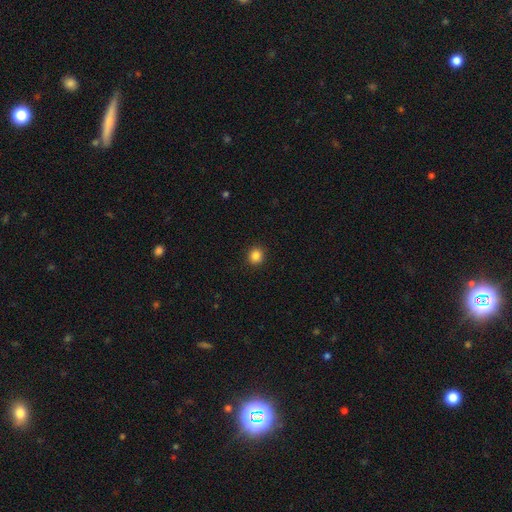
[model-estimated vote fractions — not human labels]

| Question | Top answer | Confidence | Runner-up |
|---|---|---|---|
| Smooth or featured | smooth | 85% | star or artifact (11%) |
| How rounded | round | 89% | in between (10%) |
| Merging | none | 92% | minor disturbance (6%) |